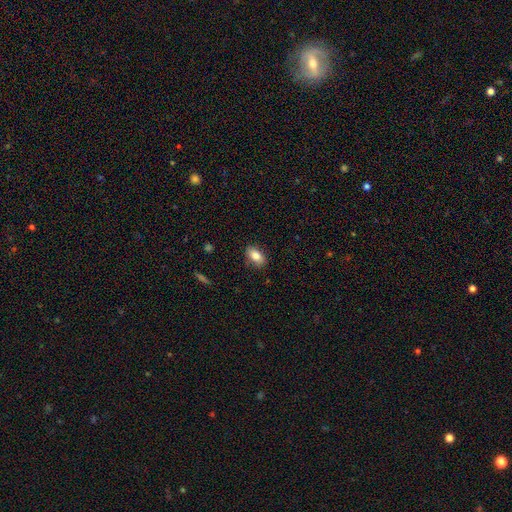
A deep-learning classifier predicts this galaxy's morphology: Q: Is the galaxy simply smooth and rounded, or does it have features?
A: smooth — 83%.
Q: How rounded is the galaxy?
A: in between — 90%.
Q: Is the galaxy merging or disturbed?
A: none — 85%.